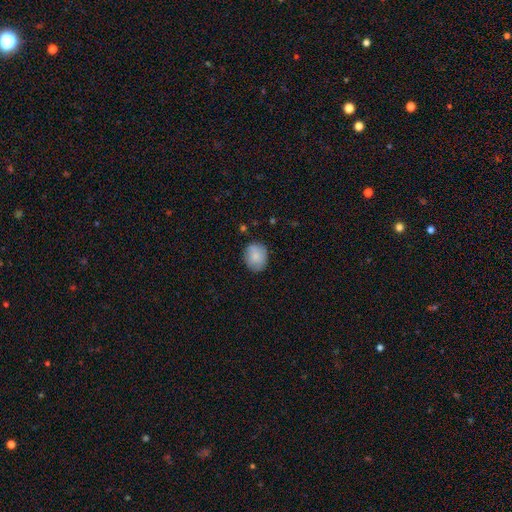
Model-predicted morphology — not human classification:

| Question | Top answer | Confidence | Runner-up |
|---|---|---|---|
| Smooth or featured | smooth | 83% | featured or disk (10%) |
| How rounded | round | 61% | in between (38%) |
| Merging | none | 79% | minor disturbance (16%) |